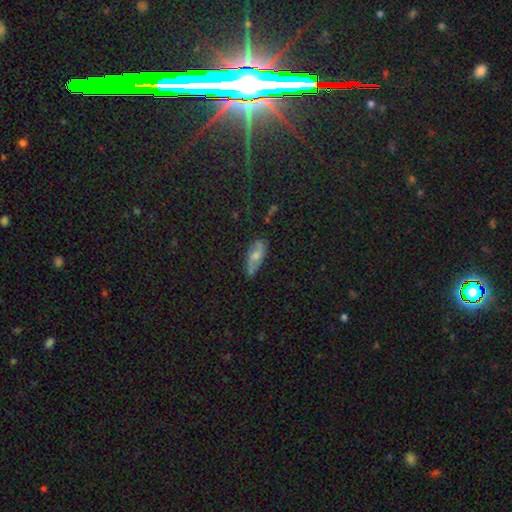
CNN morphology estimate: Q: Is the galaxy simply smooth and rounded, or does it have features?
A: smooth — 52%.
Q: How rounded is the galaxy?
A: in between — 79%.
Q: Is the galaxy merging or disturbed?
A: none — 63%.